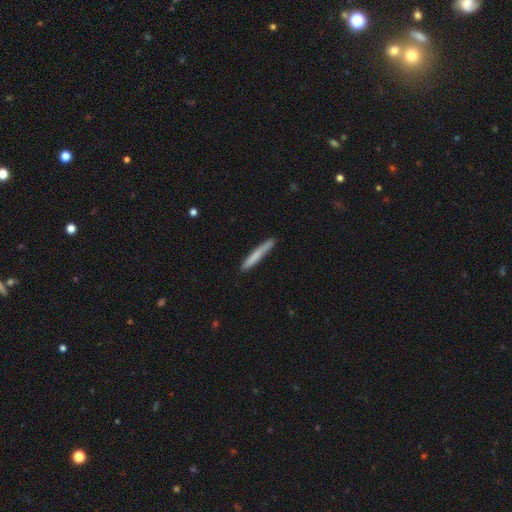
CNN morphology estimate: smooth-or-featured: smooth: 72% | featured or disk: 23% | star or artifact: 5%
  how-rounded: cigar-shaped: 96% | in between: 3% | round: 1%
  merging: none: 86% | minor disturbance: 11% | major disturbance: 2% | merger: 1%